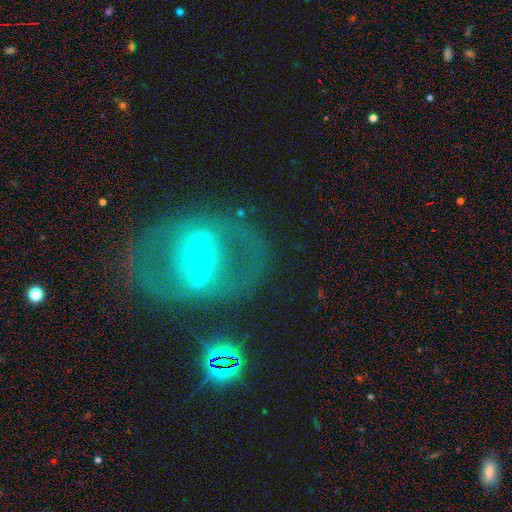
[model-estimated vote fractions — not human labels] Q: Smooth or featured?
A: featured or disk (69%); runner-up: smooth (19%)
Q: Edge-on disk?
A: no (93%); runner-up: yes (7%)
Q: Bar?
A: strong (38%); runner-up: weak (33%)
Q: Spiral arms?
A: no (54%); runner-up: yes (46%)
Q: Bulge size?
A: small (66%); runner-up: moderate (27%)
Q: Merging?
A: none (59%); runner-up: major disturbance (14%)